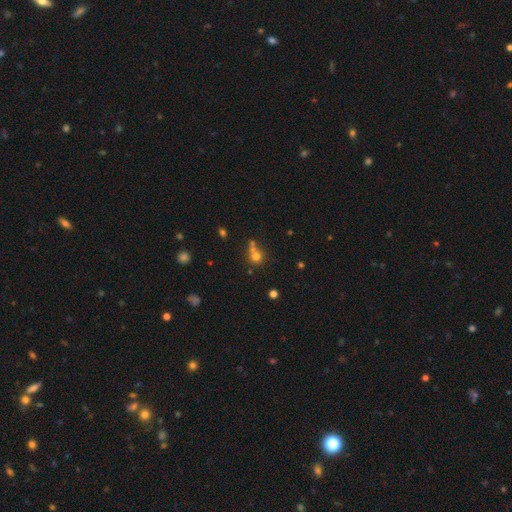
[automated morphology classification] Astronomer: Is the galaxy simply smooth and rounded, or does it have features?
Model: smooth — 69%.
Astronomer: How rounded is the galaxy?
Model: round — 86%.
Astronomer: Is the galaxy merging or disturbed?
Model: none — 48% (runner-up: merger, 37%).